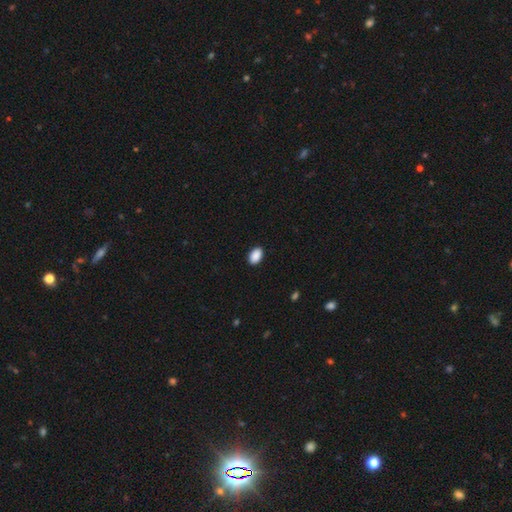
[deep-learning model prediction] Smooth or featured: smooth — 91% (star or artifact — 7%)
How rounded: in between — 91% (round — 8%)
Merging: none — 90% (minor disturbance — 8%)